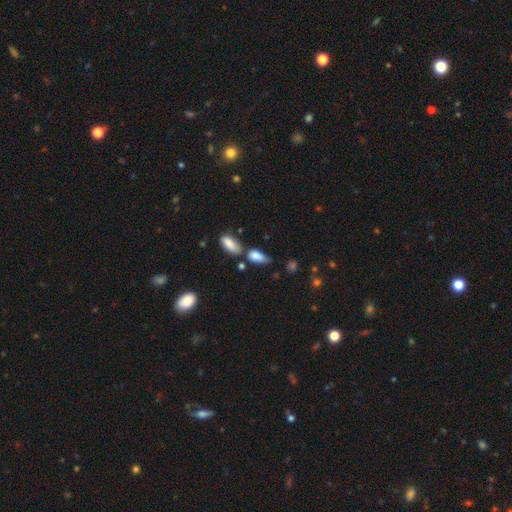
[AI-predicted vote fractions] Smooth or featured?
  - smooth: 79% *
  - featured or disk: 13%
  - star or artifact: 8%
How rounded?
  - in between: 84% *
  - cigar-shaped: 12%
  - round: 4%
Merging?
  - none: 42% *
  - minor disturbance: 28%
  - merger: 21%
  - major disturbance: 9%